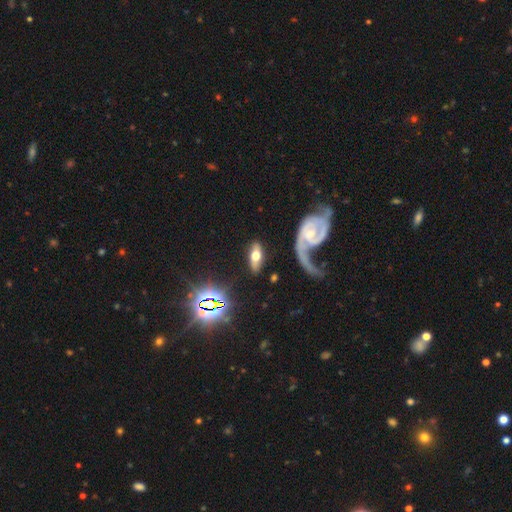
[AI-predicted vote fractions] This is possibly a smooth galaxy (46%). Merging: likely none (74%).